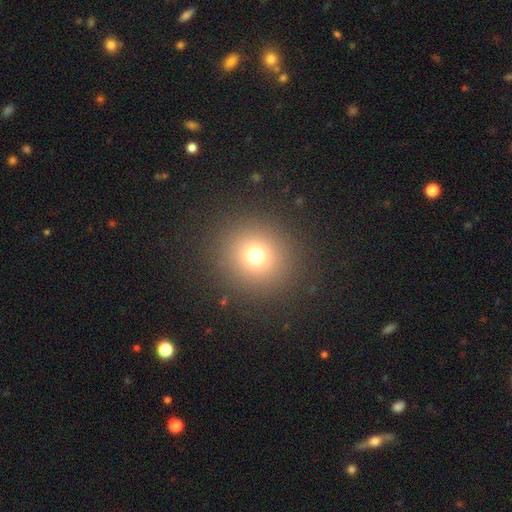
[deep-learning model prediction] This appears to be a smooth galaxy with no disk features (70%) that is round (93%). Merging: none (89%).